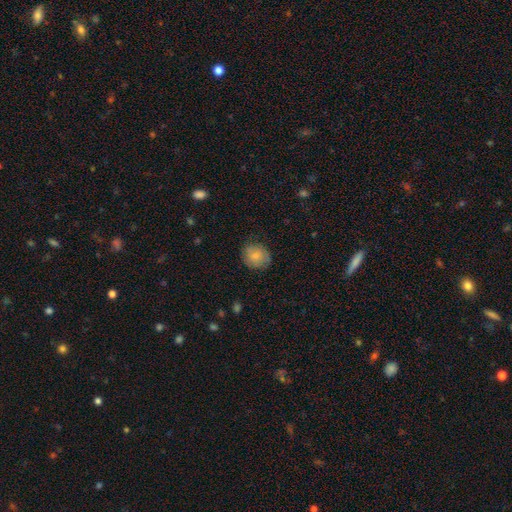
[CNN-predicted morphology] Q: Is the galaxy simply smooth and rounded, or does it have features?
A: smooth — 80%.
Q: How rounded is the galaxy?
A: round — 70%.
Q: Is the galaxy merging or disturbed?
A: none — 79%.